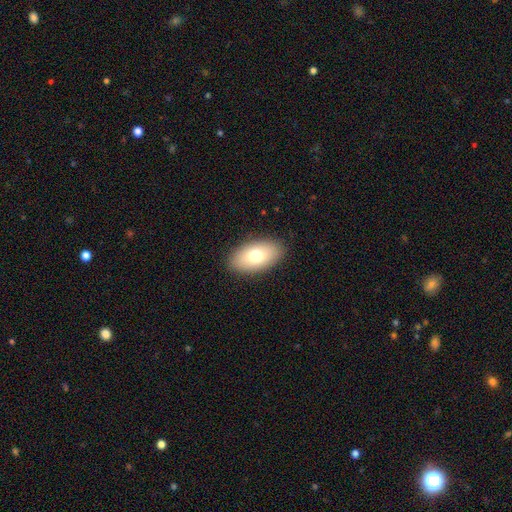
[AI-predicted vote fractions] The model was most divided on "smooth or featured": smooth: 75%, featured or disk: 18%, star or artifact: 7%. More confident: how rounded — in between (94%); merging — none (88%).